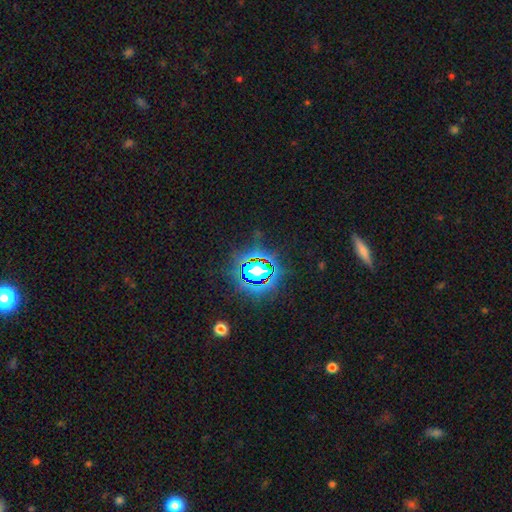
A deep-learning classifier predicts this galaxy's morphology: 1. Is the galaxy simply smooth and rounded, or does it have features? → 78% star or artifact, 14% smooth, 8% featured or disk.